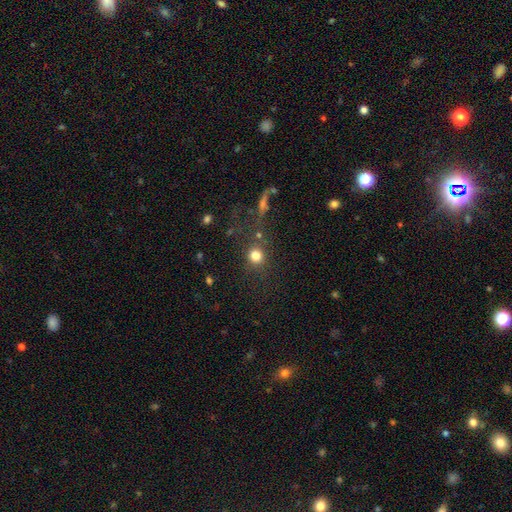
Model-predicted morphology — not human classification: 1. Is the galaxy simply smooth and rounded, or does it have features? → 80% smooth, 14% star or artifact, 7% featured or disk.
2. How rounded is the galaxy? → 89% round, 10% in between, 1% cigar-shaped.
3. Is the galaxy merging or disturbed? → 72% none, 12% merger, 10% minor disturbance, 7% major disturbance.